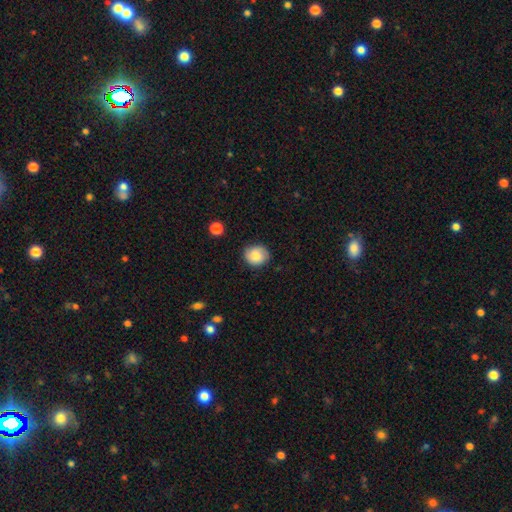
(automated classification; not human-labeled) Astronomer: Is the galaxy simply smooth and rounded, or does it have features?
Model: smooth — 77%.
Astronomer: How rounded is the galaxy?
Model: round — 81%.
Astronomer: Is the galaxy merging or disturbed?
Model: none — 82%.